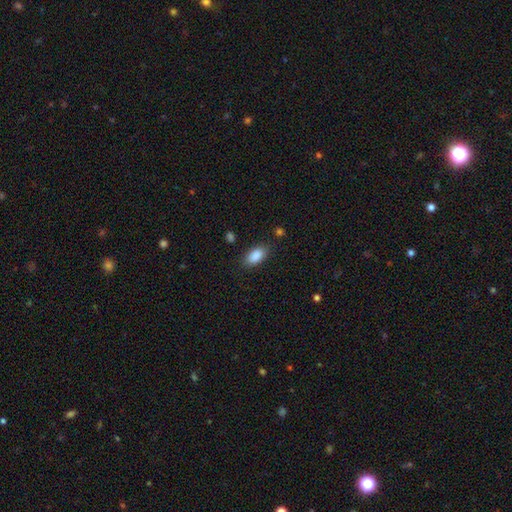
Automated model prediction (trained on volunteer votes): Smooth or featured: smooth — 88% (star or artifact — 7%)
How rounded: in between — 92% (cigar-shaped — 5%)
Merging: none — 84% (minor disturbance — 11%)